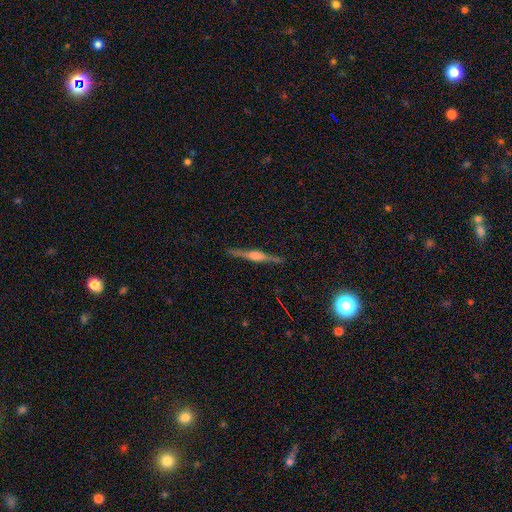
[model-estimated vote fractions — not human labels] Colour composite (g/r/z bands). It shows a featured or disk galaxy (81%) viewed edge-on (98%) with a rounded central bulge (78%). Merging: none (91%).